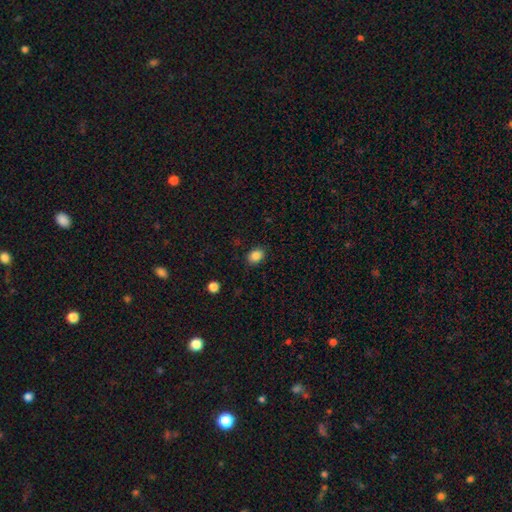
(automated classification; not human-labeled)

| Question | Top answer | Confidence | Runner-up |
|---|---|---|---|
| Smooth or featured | smooth | 87% | star or artifact (10%) |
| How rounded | in between | 60% | round (39%) |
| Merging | none | 86% | minor disturbance (10%) |